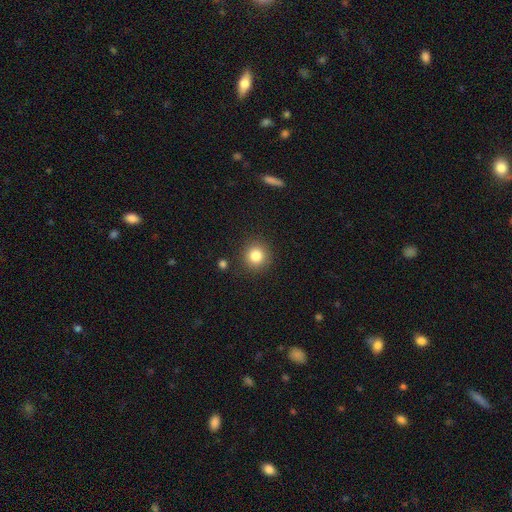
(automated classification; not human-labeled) Smooth or featured? smooth (83%)
How rounded? round (93%)
Merging? none (89%)